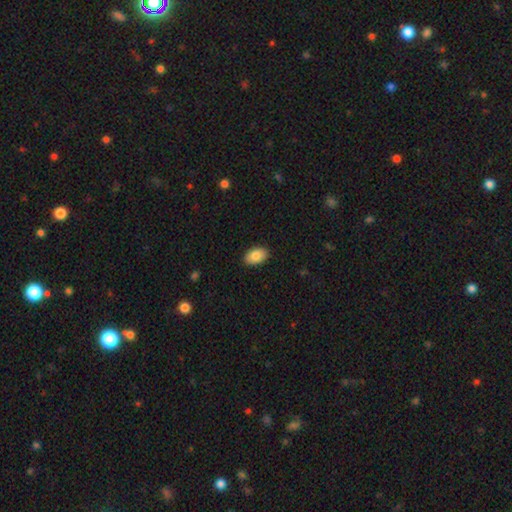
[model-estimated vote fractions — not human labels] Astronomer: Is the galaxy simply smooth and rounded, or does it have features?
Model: smooth — 87%.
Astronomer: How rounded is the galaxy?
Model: in between — 92%.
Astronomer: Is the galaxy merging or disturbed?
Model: none — 89%.